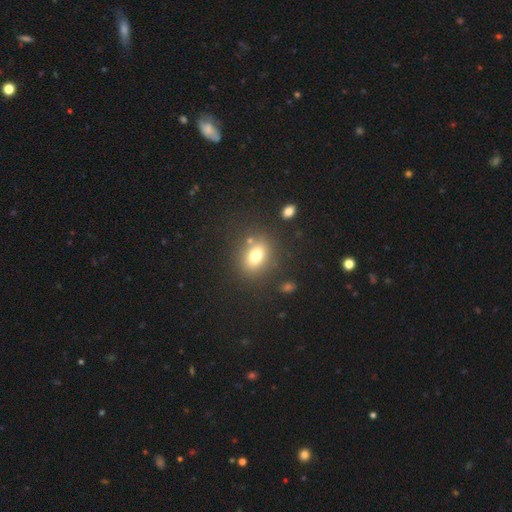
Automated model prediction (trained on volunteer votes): Smooth or featured? smooth (74%)
How rounded? in between (66%)
Merging? none (78%)